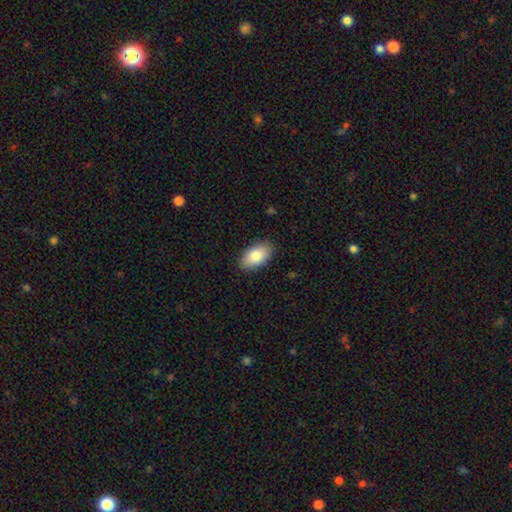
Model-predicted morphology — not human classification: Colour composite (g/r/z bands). It shows a smooth galaxy with no disk features (84%) that is in between round and cigar-shaped (94%). Merging: none (88%).